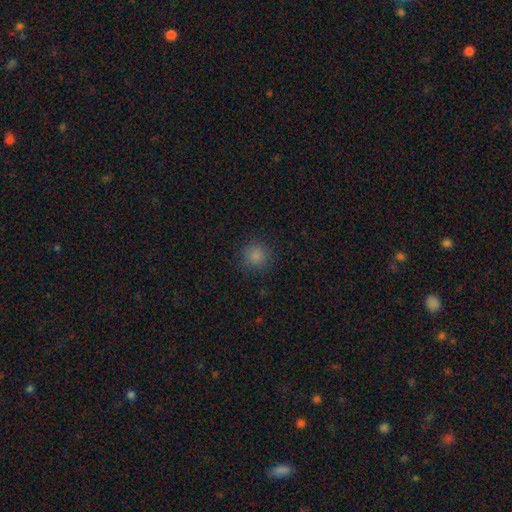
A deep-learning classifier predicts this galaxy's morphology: type=smooth (84%); roundness=round (93%); merging=none (88%).